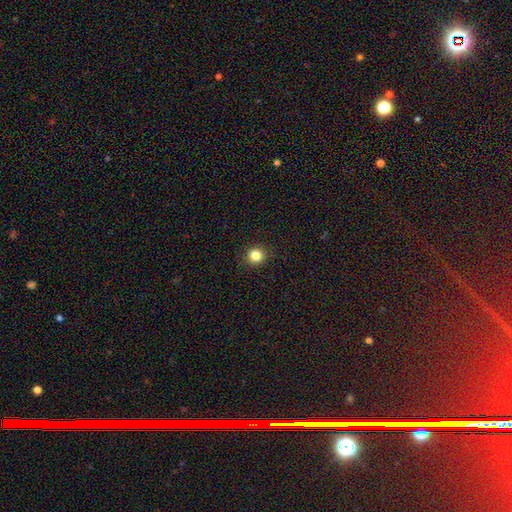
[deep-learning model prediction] This appears to be a smooth galaxy with no disk features (83%) that is round (89%). Merging: none (91%).